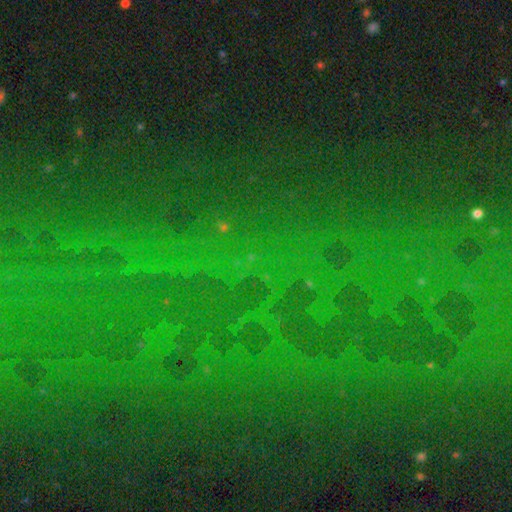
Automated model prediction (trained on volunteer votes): star or artifact 82%, smooth 10%, featured or disk 8%.